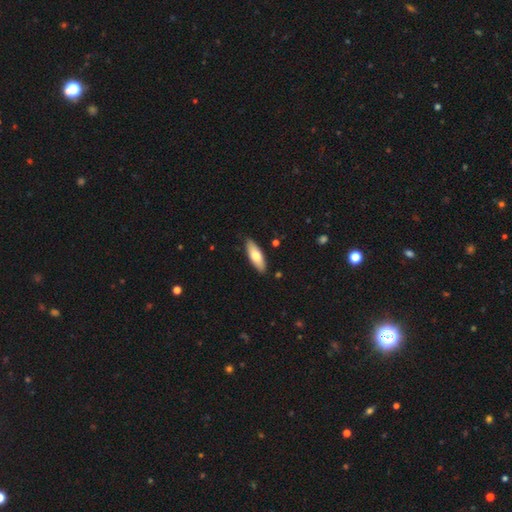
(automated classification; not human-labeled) This appears to be a smooth galaxy with no disk features (72%) that is in between round and cigar-shaped (60%). Merging: none (88%).